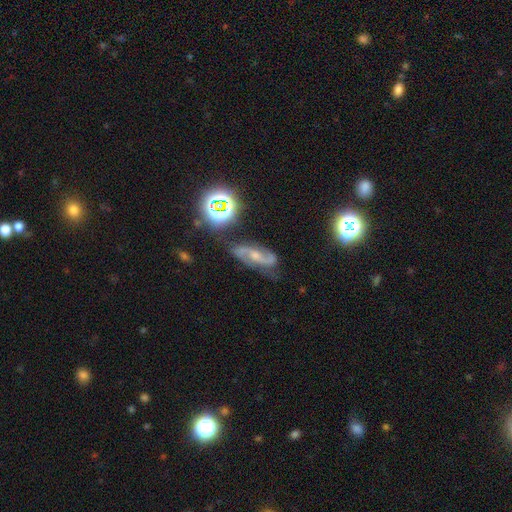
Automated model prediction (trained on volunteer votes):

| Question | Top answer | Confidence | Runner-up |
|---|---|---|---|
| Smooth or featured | featured or disk | 78% | star or artifact (13%) |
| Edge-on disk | no | 94% | yes (6%) |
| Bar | weak | 42% | no (39%) |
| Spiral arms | yes | 96% | no (4%) |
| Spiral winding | medium | 49% | loose (35%) |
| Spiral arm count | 2 | 90% | can't tell (4%) |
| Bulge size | moderate | 45% | small (44%) |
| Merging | none | 70% | minor disturbance (19%) |